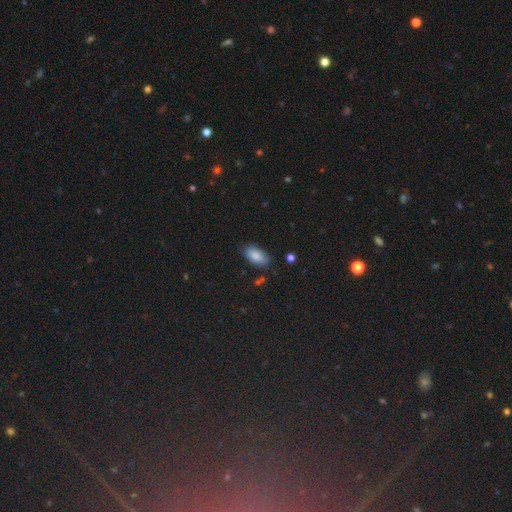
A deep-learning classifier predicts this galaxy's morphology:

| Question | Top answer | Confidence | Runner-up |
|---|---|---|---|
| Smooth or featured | smooth | 85% | star or artifact (8%) |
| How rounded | in between | 93% | cigar-shaped (4%) |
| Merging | none | 75% | minor disturbance (19%) |